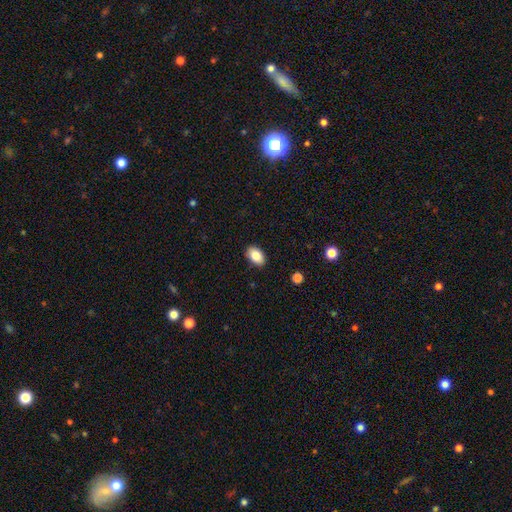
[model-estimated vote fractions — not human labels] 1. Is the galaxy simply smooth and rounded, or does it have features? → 84% smooth, 8% featured or disk, 8% star or artifact.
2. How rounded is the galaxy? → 90% in between, 8% round, 1% cigar-shaped.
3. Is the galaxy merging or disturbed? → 88% none, 9% minor disturbance, 2% major disturbance, 1% merger.